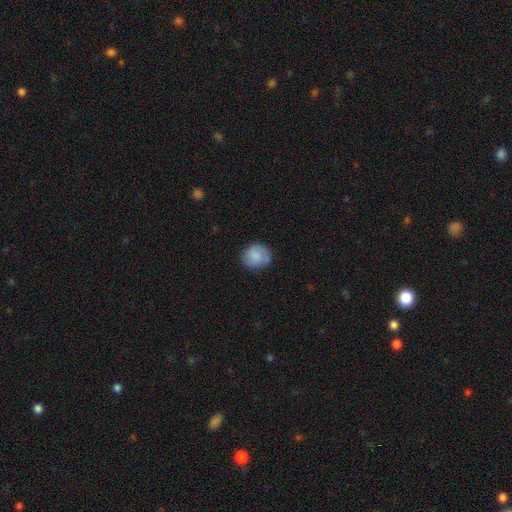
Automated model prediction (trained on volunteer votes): The model was most divided on "merging": none: 73%, minor disturbance: 20%, major disturbance: 6%, merger: 1%. More confident: how rounded — round (82%); smooth or featured — smooth (76%).